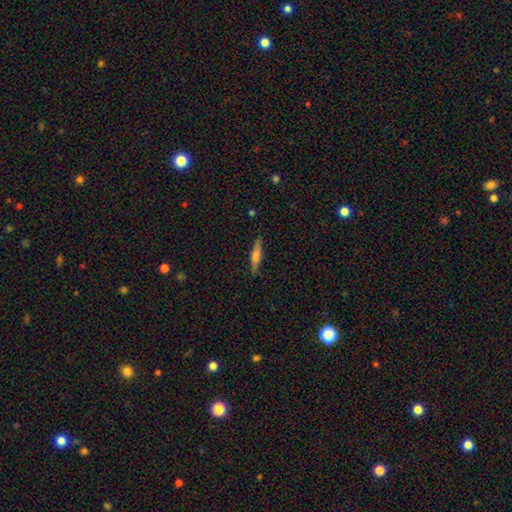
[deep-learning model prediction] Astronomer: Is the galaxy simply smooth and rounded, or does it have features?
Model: smooth — 48% (runner-up: featured or disk, 46%).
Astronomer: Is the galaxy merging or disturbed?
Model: none — 87%.